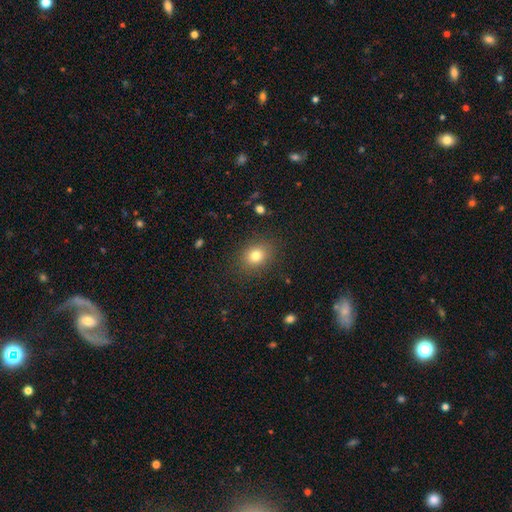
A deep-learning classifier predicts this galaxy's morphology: This appears to be a smooth galaxy with no disk features (79%) that is round (56%). Merging: none (86%).